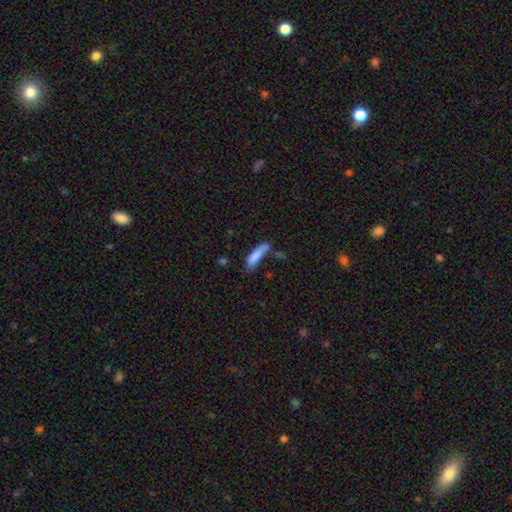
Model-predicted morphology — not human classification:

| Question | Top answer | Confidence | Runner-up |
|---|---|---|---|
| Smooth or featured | smooth | 81% | featured or disk (12%) |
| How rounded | cigar-shaped | 69% | in between (29%) |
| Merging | none | 46% | minor disturbance (25%) |